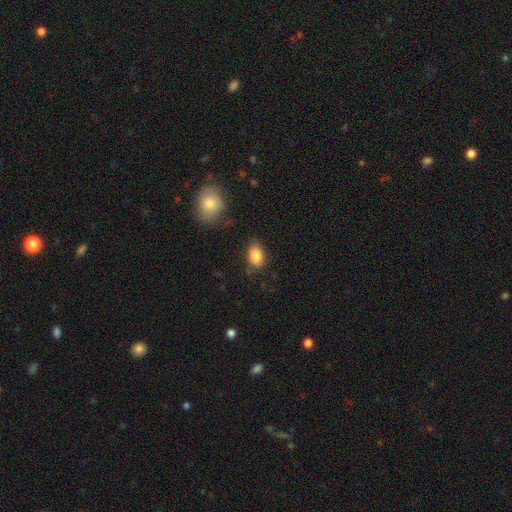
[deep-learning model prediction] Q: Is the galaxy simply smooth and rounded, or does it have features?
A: smooth — 85%.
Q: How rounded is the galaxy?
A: in between — 88%.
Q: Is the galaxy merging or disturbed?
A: none — 77%.